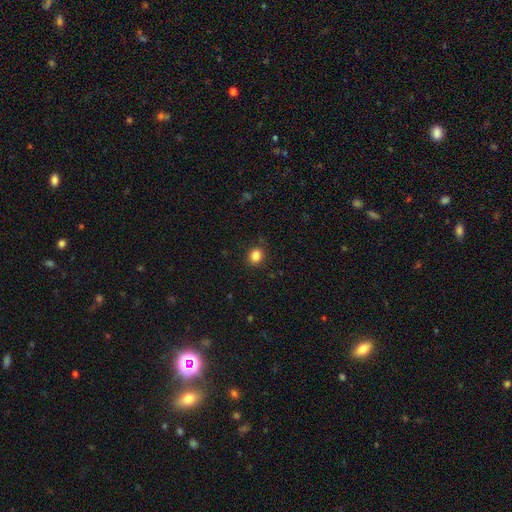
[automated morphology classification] A smooth galaxy with no disk features (84%) that is round (63%). Merging: none (88%).